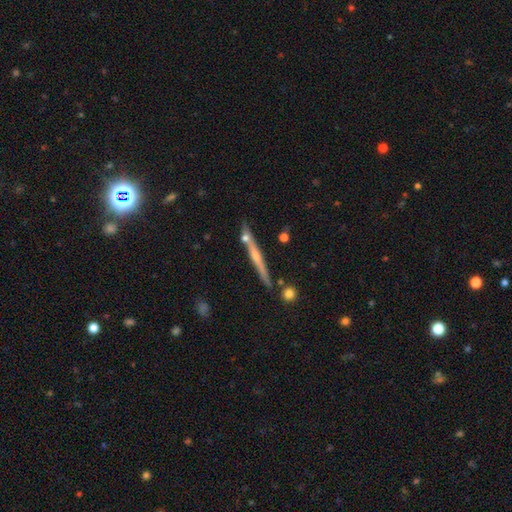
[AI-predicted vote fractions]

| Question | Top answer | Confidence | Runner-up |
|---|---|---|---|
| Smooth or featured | featured or disk | 64% | smooth (28%) |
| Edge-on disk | yes | 97% | no (3%) |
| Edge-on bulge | rounded | 49% | none (43%) |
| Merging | none | 80% | minor disturbance (10%) |